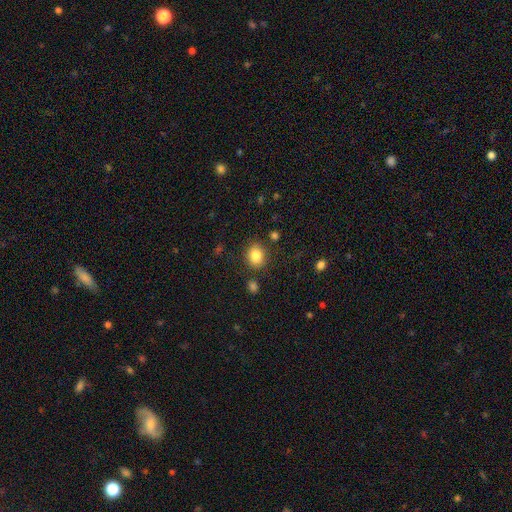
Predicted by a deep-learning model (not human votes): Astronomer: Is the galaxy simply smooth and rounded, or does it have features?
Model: smooth — 84%.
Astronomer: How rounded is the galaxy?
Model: round — 56% (runner-up: in between, 44%).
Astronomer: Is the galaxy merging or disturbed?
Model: none — 83%.